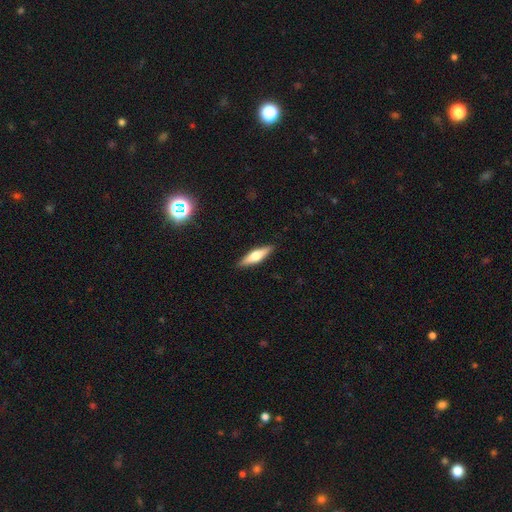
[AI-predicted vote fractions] smooth_or_featured: featured or disk (p=0.51) [alt: smooth p=0.43]
disk_edge_on: yes (p=0.94) [alt: no p=0.06]
merging: none (p=0.90) [alt: minor disturbance p=0.07]